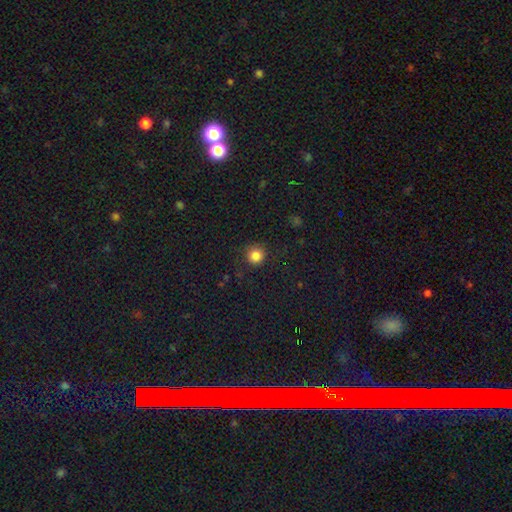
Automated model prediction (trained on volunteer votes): This appears to be a smooth galaxy with no disk features (84%) that is round (93%). Merging: none (85%).